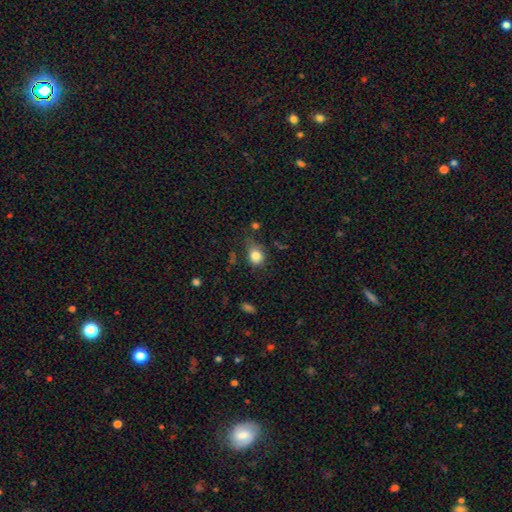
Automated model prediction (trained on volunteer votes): Overall: smooth (83%). How rounded: round (58%; in between 41%). Merging: none (59%; minor disturbance 28%).